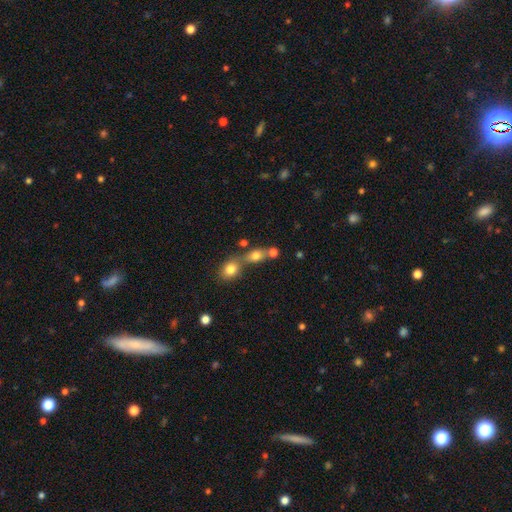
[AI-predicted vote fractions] smooth 72%, featured or disk 15%, star or artifact 13%. Down the decision tree: how rounded — in between (52%); merging — merger (47%).